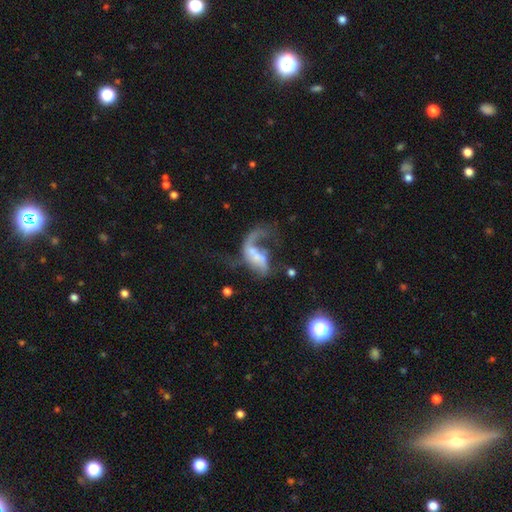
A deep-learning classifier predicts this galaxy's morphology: type=featured or disk (69%); edge-on=no (96%); bar=no (51%); spiral arms=yes (74%); bulge=none (35%); merging=major disturbance (52%).